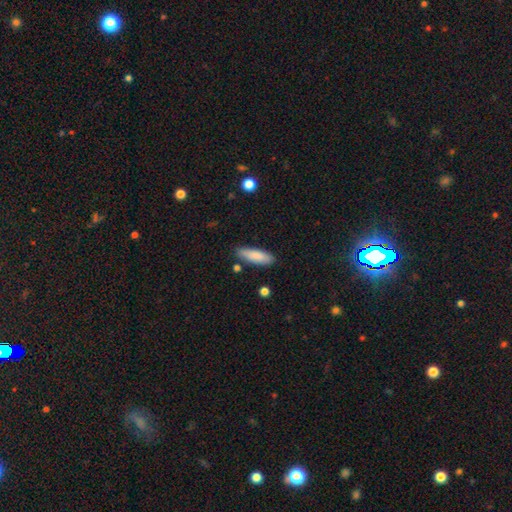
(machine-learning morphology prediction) A smooth galaxy with no disk features (85%) that is cigar-shaped (52%). Merging: none (83%).